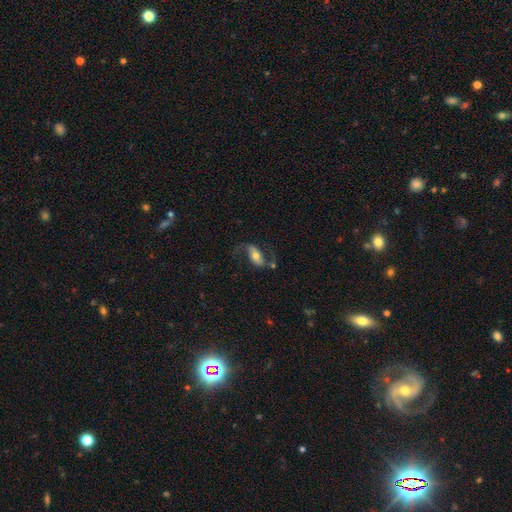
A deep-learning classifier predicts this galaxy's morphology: smooth_or_featured: featured or disk (p=0.72) [alt: smooth p=0.22]
disk_edge_on: no (p=0.93) [alt: yes p=0.07]
bar: no (p=0.39) [alt: strong p=0.31]
has_spiral_arms: yes (p=0.89) [alt: no p=0.11]
spiral_winding: loose (p=0.68) [alt: medium p=0.25]
spiral_arm_count: 2 (p=0.91) [alt: 1 p=0.04]
bulge_size: moderate (p=0.66) [alt: small p=0.19]
merging: none (p=0.64) [alt: minor disturbance p=0.16]